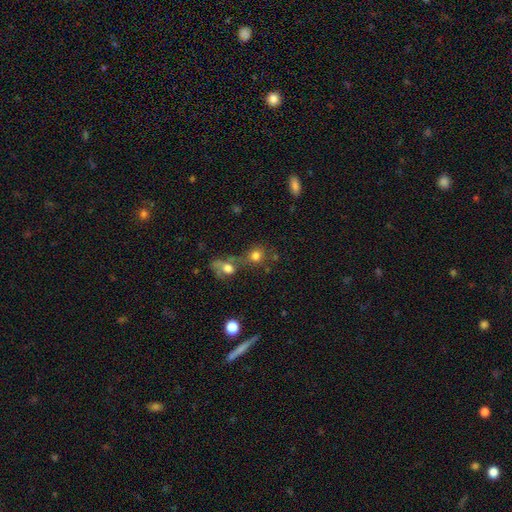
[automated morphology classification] smooth_or_featured: smooth (p=0.76) [alt: star or artifact p=0.13]
how_rounded: round (p=0.78) [alt: in between p=0.21]
merging: merger (p=0.45) [alt: none p=0.39]